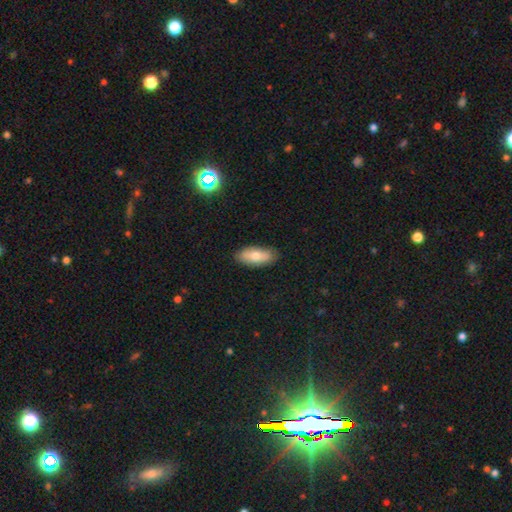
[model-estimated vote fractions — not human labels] Overall: smooth (70%). How rounded: in between (78%). Merging: none (86%).